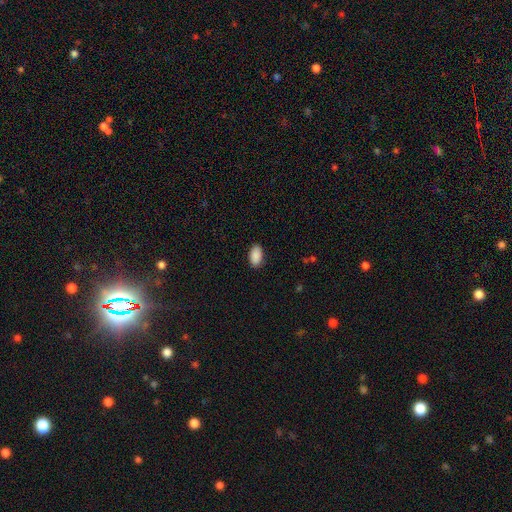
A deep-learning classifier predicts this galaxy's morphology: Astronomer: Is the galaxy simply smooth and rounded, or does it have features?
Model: smooth — 90%.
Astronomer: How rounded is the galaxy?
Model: in between — 94%.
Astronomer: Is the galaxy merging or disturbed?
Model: none — 88%.